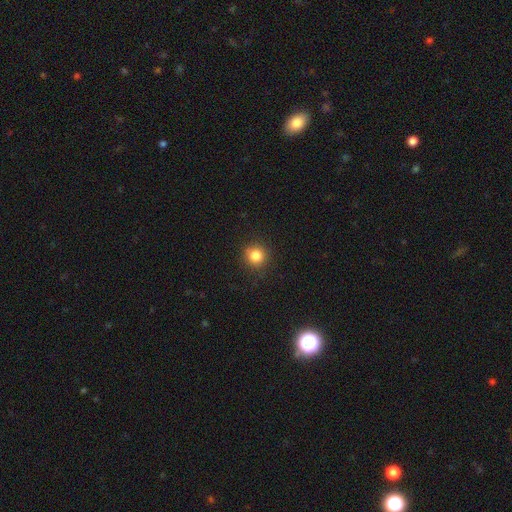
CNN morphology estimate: This is clearly a smooth galaxy (83%). How rounded: clearly round (93%). Merging: clearly none (89%).